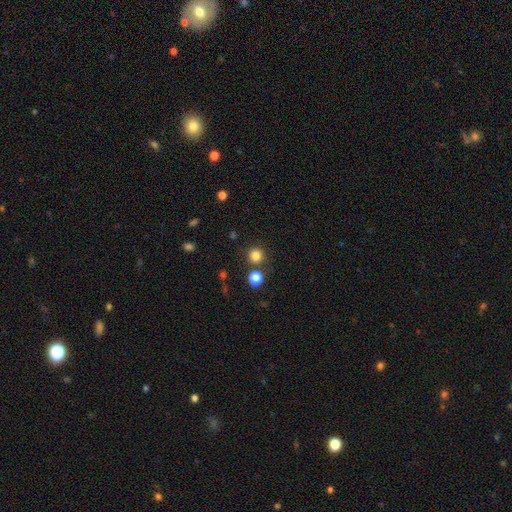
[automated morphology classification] A smooth galaxy with no disk features (83%) that is round (93%). Merging: none (82%).